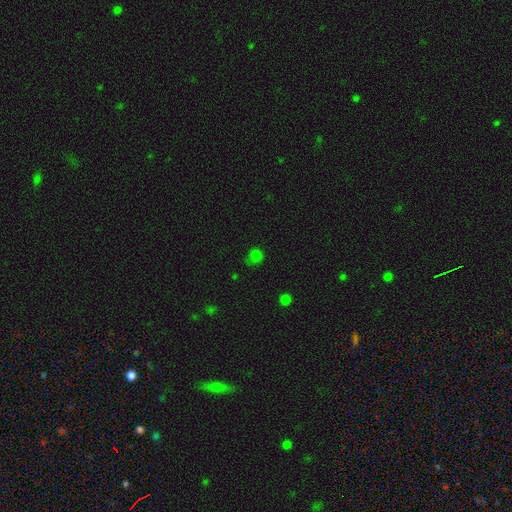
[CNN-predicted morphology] Smooth or featured: smooth — 69% (star or artifact — 26%)
How rounded: round — 83% (in between — 15%)
Merging: none — 64% (minor disturbance — 23%)